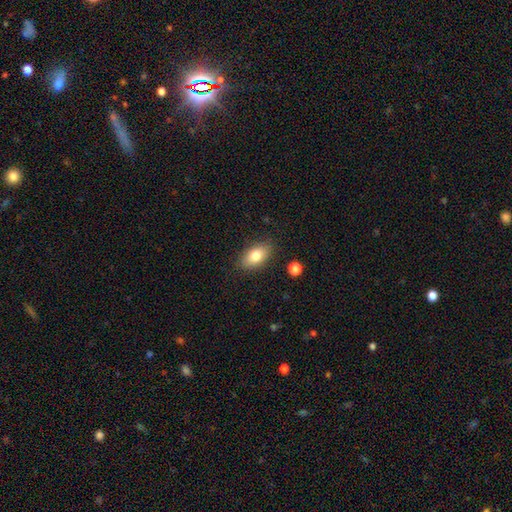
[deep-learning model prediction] Q: Smooth or featured?
A: smooth (79%); runner-up: featured or disk (13%)
Q: How rounded?
A: in between (89%); runner-up: round (7%)
Q: Merging?
A: none (85%); runner-up: minor disturbance (11%)